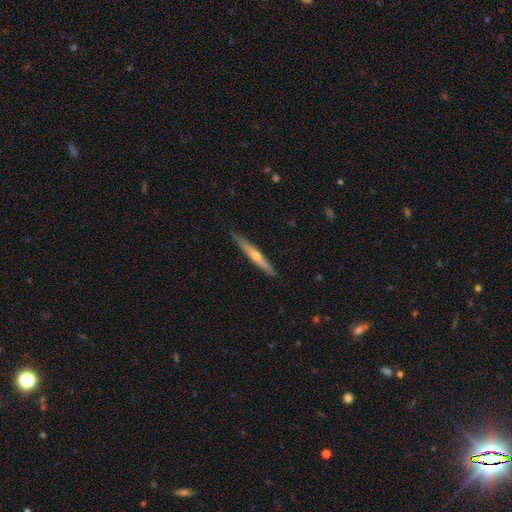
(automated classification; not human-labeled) Smooth or featured: featured or disk — 58% (smooth — 36%)
Edge-on disk: yes — 96% (no — 4%)
Edge-on bulge: rounded — 78% (none — 20%)
Merging: none — 88% (minor disturbance — 9%)